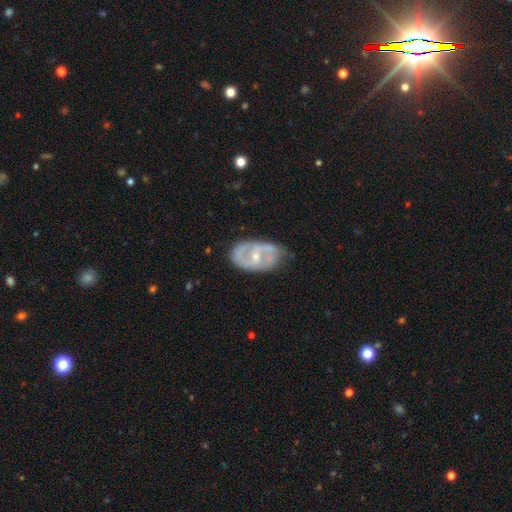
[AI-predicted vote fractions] Overall: featured or disk (74%). Edge-on disk: no (95%). Bar: no (43%; weak 39%). Spiral arms: yes (67%; no 33%). Bulge size: small (57%; moderate 40%). Merging: none (54%; minor disturbance 32%).